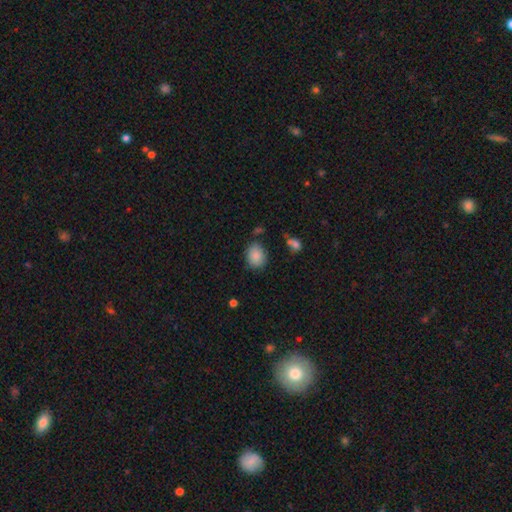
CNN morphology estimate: Smooth or featured?
  - smooth: 87% *
  - star or artifact: 8%
  - featured or disk: 5%
How rounded?
  - round: 51% *
  - in between: 48%
  - cigar-shaped: 1%
Merging?
  - none: 78% *
  - minor disturbance: 15%
  - major disturbance: 4%
  - merger: 4%